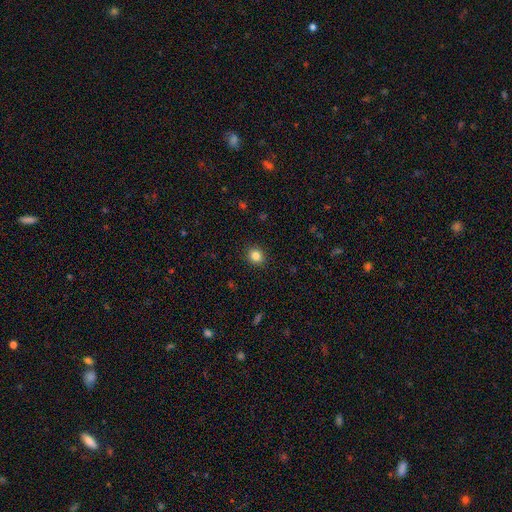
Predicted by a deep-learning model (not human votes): smooth-or-featured: smooth: 84% | star or artifact: 11% | featured or disk: 5%
  how-rounded: round: 81% | in between: 18% | cigar-shaped: 1%
  merging: none: 91% | minor disturbance: 6% | major disturbance: 2% | merger: 1%